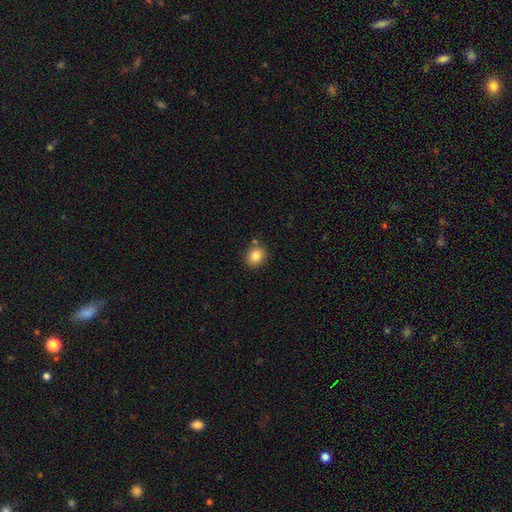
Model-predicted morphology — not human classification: smooth 84%, star or artifact 10%, featured or disk 7%. Down the decision tree: how rounded — round (71%); merging — none (81%).